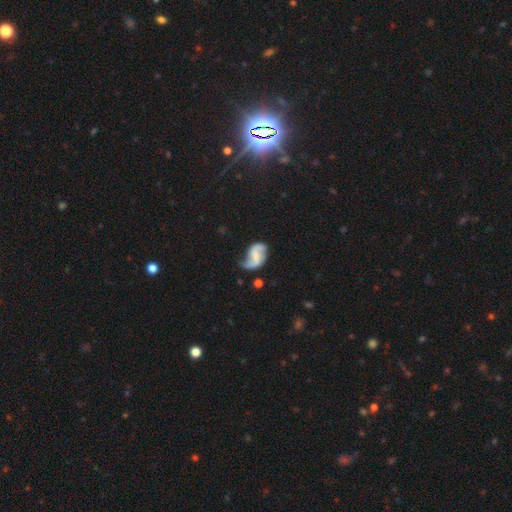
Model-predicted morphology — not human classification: smooth-or-featured: featured or disk: 80% | smooth: 14% | star or artifact: 6%
  disk-edge-on: no: 98% | yes: 2%
    bar: weak: 46% | no: 32% | strong: 21%
    has-spiral-arms: yes: 94% | no: 6%
      spiral-winding: loose: 67% | medium: 26% | tight: 7%
      spiral-arm-count: 2: 88% | 1: 5% | can't tell: 3% | 3: 1% | 4: 1% | more than 4: 1%
    bulge-size: small: 39% | none: 36% | moderate: 21% | large: 3% | dominant: 1%
  merging: none: 56% | minor disturbance: 26% | major disturbance: 15% | merger: 4%